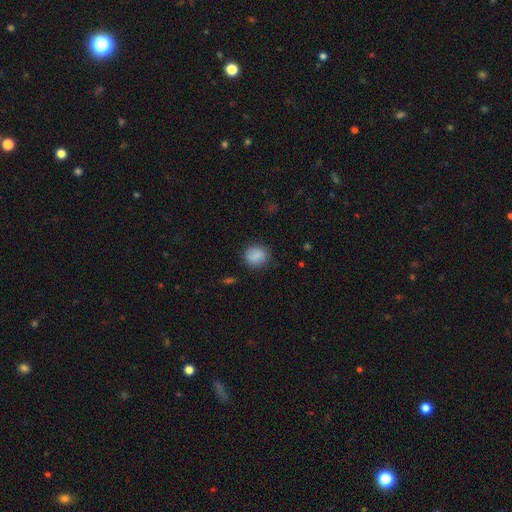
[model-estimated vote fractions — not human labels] A smooth galaxy with no disk features (85%) that is round (77%).

Vote fractions:
- Smooth or featured? smooth: 85% / star or artifact: 8% / featured or disk: 7%
- How rounded? round: 77% / in between: 22% / cigar-shaped: 1%
- Merging? none: 81% / minor disturbance: 14% / major disturbance: 4% / merger: 1%